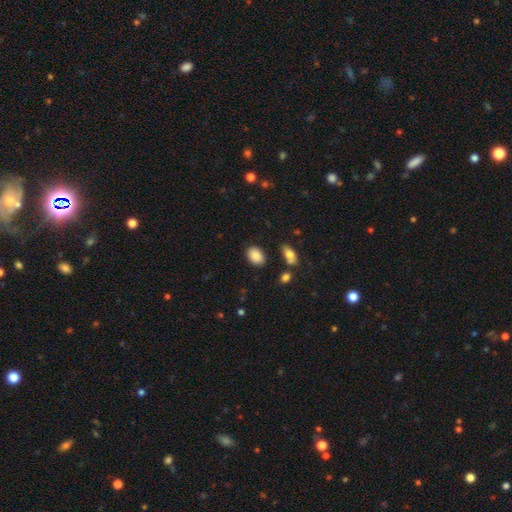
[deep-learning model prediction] This appears to be a smooth galaxy with no disk features (87%) that is in between round and cigar-shaped (77%). Merging: none (83%).